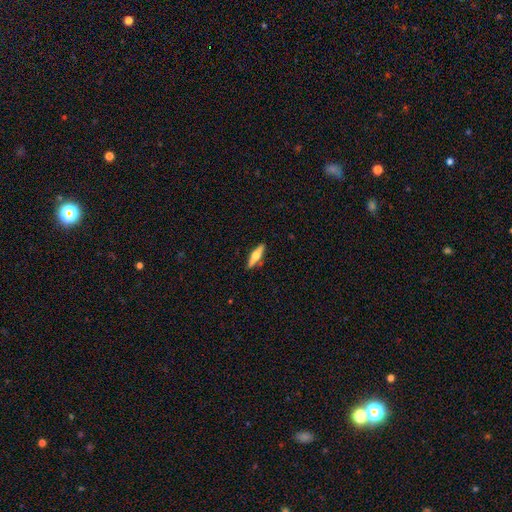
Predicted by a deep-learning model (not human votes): smooth_or_featured: featured or disk (p=0.53) [alt: smooth p=0.41]
disk_edge_on: yes (p=0.95) [alt: no p=0.05]
edge_on_bulge: rounded (p=0.93) [alt: boxy p=0.04]
merging: none (p=0.88) [alt: minor disturbance p=0.09]